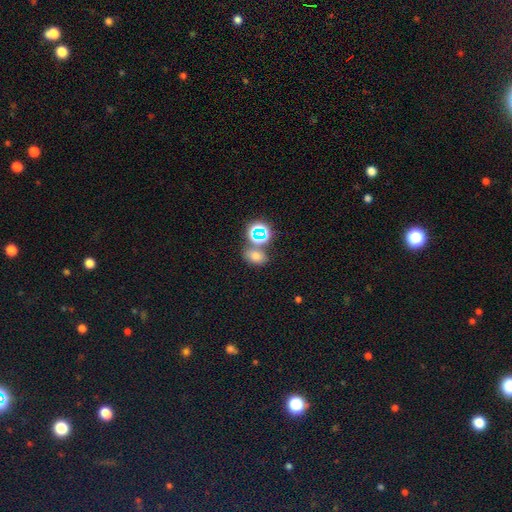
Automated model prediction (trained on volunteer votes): Smooth or featured? Predicted: smooth (p=0.64). How rounded? Predicted: in between (p=0.67). Merging? Predicted: none (p=0.64).